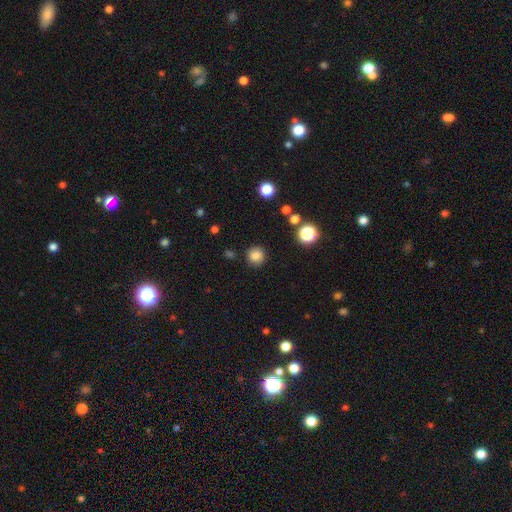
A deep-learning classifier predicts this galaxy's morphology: Smooth or featured: smooth — 84% (star or artifact — 12%)
How rounded: round — 92% (in between — 7%)
Merging: none — 89% (minor disturbance — 7%)